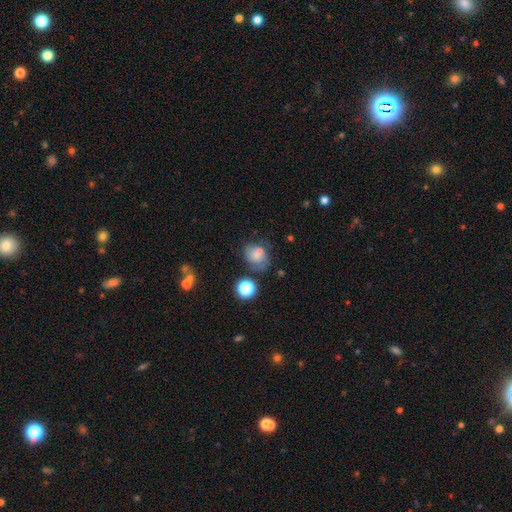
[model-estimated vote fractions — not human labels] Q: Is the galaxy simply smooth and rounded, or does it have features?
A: smooth — 58%.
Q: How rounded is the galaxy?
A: round — 50%.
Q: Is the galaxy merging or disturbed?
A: none — 47%.